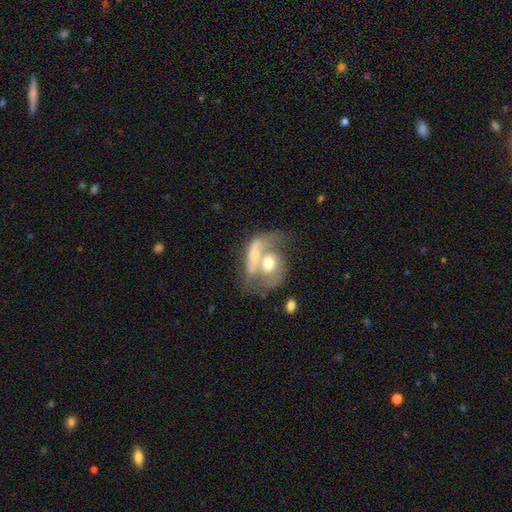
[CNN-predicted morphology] A featured or disk galaxy (62%) with no bar (67%), spiral arms (56%) and a moderate central bulge (64%).

Vote fractions:
- Smooth or featured? featured or disk: 62% / smooth: 31% / star or artifact: 7%
- Edge-on disk? no: 91% / yes: 9%
- Bar? no: 67% / weak: 24% / strong: 9%
- Spiral arms? yes: 56% / no: 44%
- Bulge size? moderate: 64% / small: 18% / large: 12% / none: 4% / dominant: 2%
- Merging? merger: 72% / none: 11% / major disturbance: 10% / minor disturbance: 6%